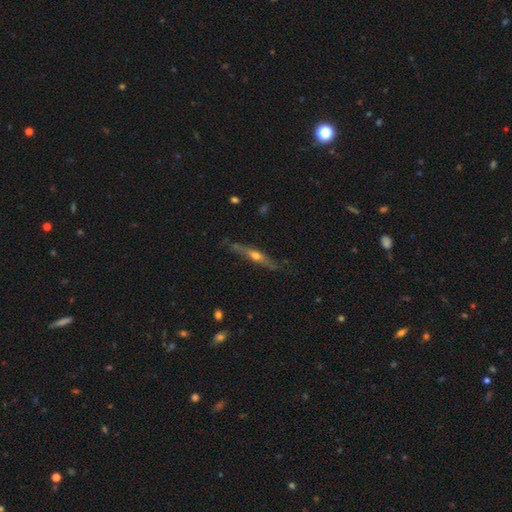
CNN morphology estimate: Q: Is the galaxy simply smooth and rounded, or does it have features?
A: featured or disk — 70%.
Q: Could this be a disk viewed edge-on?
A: yes — 94%.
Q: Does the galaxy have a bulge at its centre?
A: rounded — 89%.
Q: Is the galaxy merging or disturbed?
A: none — 77%.